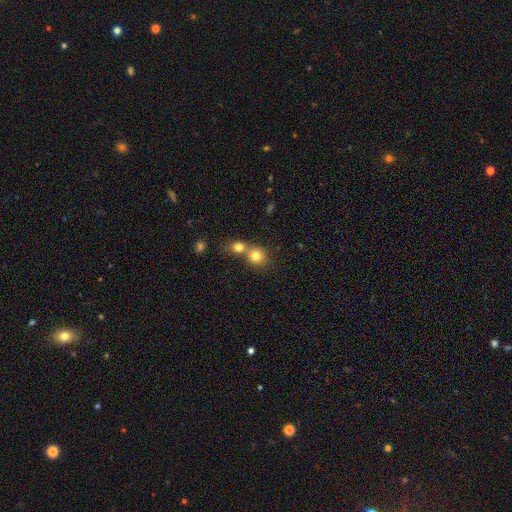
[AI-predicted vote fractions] Smooth or featured? Predicted: smooth (p=0.79). How rounded? Predicted: round (p=0.85). Merging? Predicted: merger (p=0.48).